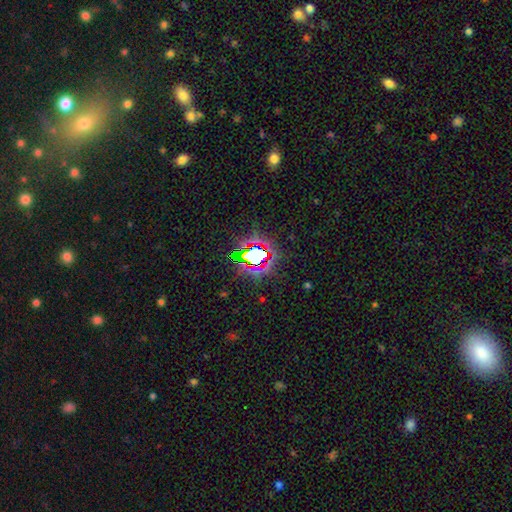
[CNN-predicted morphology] smooth_or_featured: star or artifact (p=0.68) [alt: smooth p=0.19]